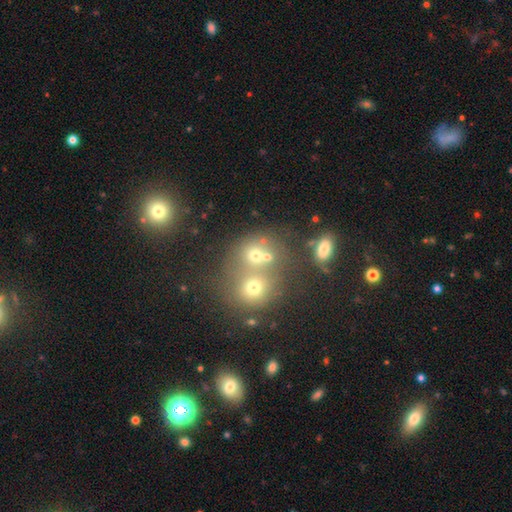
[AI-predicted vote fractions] This appears to be a smooth galaxy with no disk features (64%) that is round (76%). Merging: merger (52%).